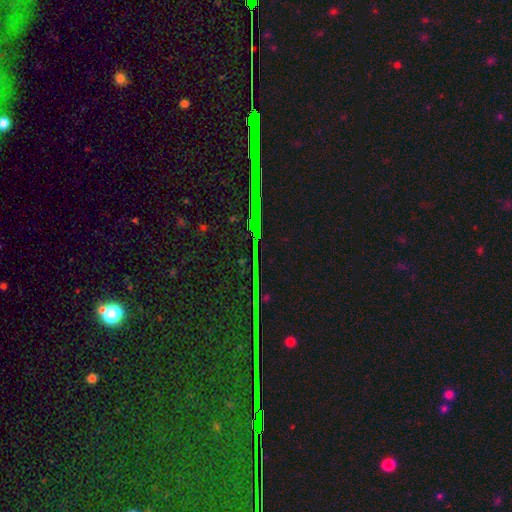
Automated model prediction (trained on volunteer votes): smooth_or_featured: star or artifact (p=0.83) [alt: featured or disk p=0.09]